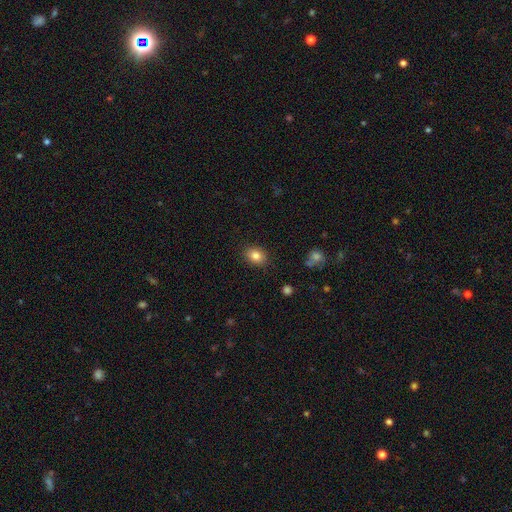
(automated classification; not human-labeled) smooth-or-featured: smooth: 83% | star or artifact: 10% | featured or disk: 7%
  how-rounded: in between: 57% | round: 42% | cigar-shaped: 1%
  merging: none: 87% | minor disturbance: 9% | major disturbance: 2% | merger: 1%